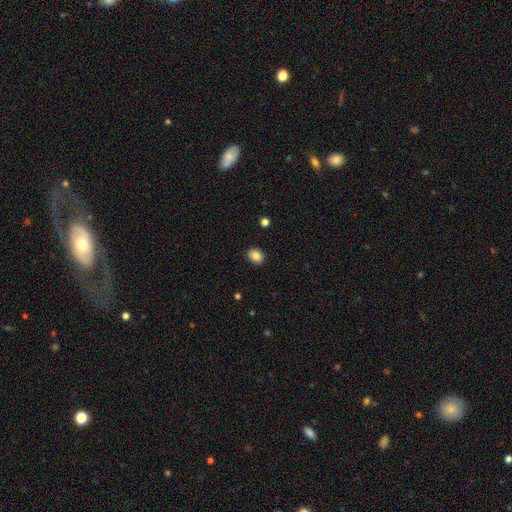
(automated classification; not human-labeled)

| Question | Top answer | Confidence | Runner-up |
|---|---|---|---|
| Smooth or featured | smooth | 84% | star or artifact (9%) |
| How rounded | in between | 54% | round (45%) |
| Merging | none | 90% | minor disturbance (7%) |